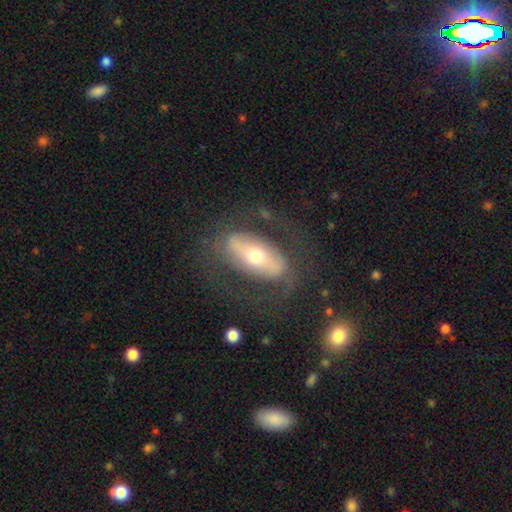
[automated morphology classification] smooth-or-featured: featured or disk: 65% | smooth: 28% | star or artifact: 7%
  disk-edge-on: no: 84% | yes: 16%
    bar: strong: 46% | no: 34% | weak: 20%
    has-spiral-arms: no: 54% | yes: 46%
    bulge-size: moderate: 60% | small: 29% | large: 8% | dominant: 2% | none: 1%
  merging: none: 68% | major disturbance: 15% | minor disturbance: 15% | merger: 2%